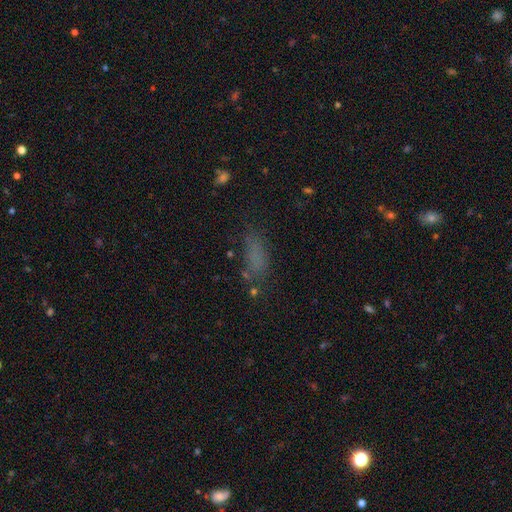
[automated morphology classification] smooth-or-featured: smooth: 68% | star or artifact: 20% | featured or disk: 12%
  how-rounded: in between: 69% | cigar-shaped: 26% | round: 4%
  merging: none: 59% | minor disturbance: 20% | major disturbance: 15% | merger: 5%